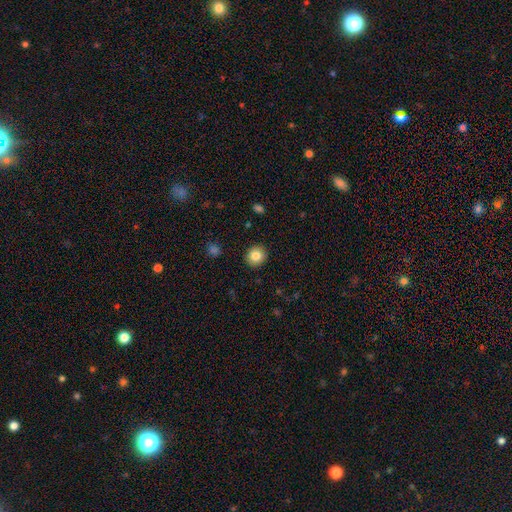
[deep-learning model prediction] Overall: smooth (83%). How rounded: round (87%). Merging: none (92%).